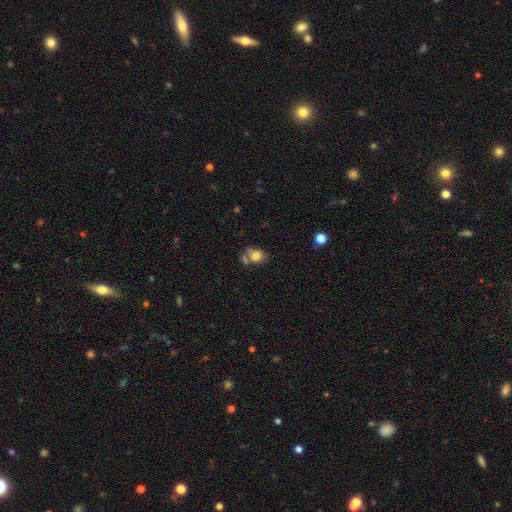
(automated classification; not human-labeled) smooth 75%, featured or disk 14%, star or artifact 10%. Down the decision tree: how rounded — in between (60%); merging — none (44%).